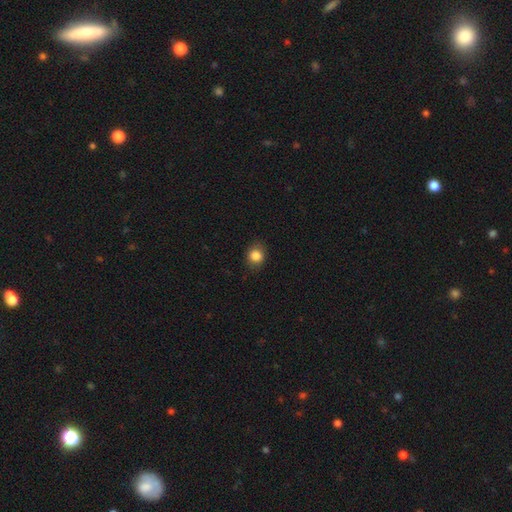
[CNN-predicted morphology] type=smooth (84%); roundness=round (66%); merging=none (83%).